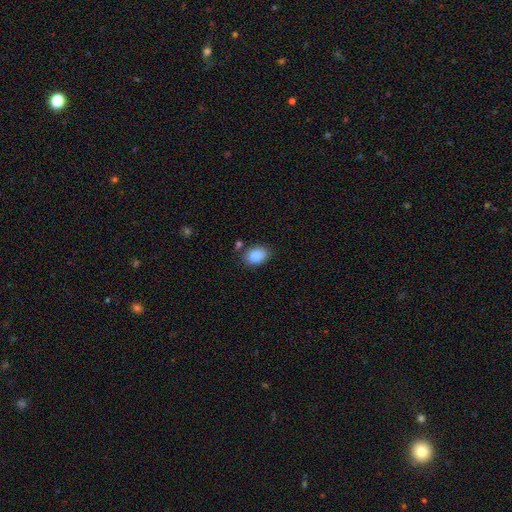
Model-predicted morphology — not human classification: type=smooth (84%); roundness=in between (80%); merging=none (79%).